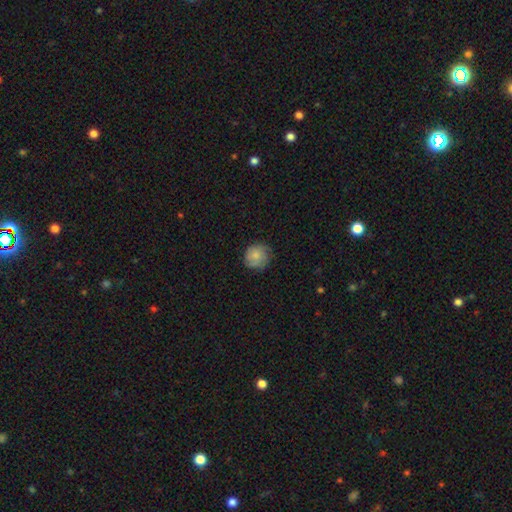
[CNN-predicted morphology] smooth_or_featured: smooth (p=0.78) [alt: featured or disk p=0.15]
how_rounded: round (p=0.88) [alt: in between p=0.11]
merging: none (p=0.73) [alt: minor disturbance p=0.21]